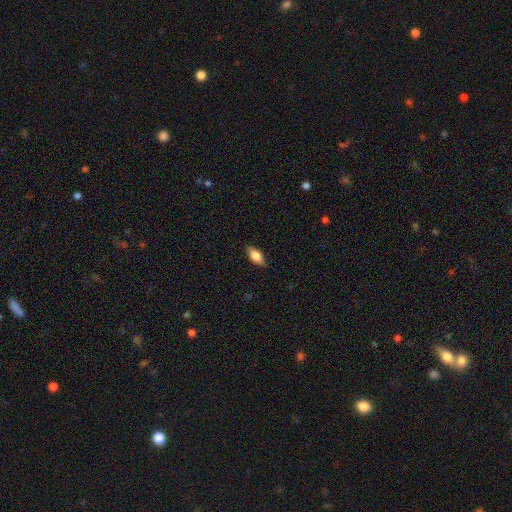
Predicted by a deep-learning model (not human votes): Overall: smooth (72%). How rounded: in between (82%). Merging: none (86%).